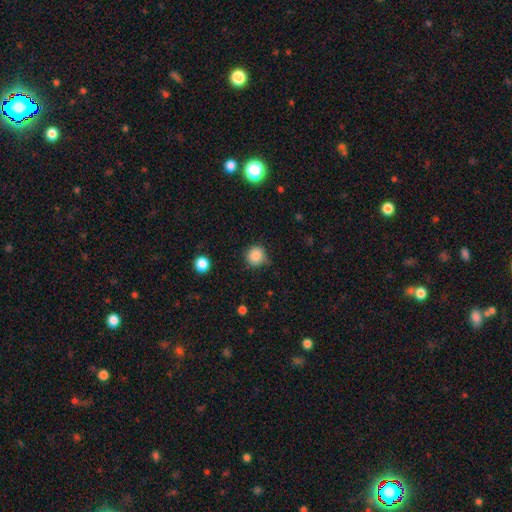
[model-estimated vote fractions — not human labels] smooth 85%, star or artifact 11%, featured or disk 4%. Down the decision tree: how rounded — round (92%); merging — none (78%).